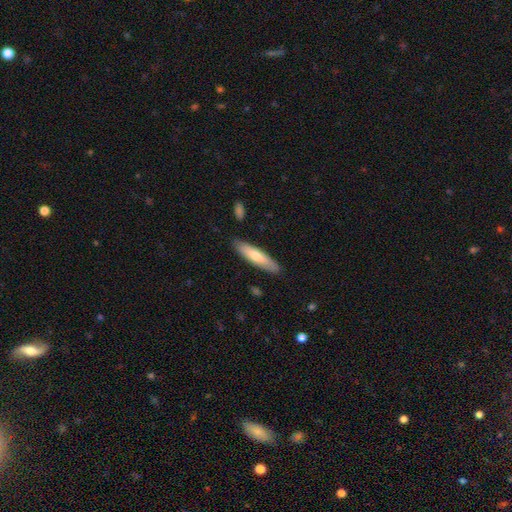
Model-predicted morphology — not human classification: The model was most divided on "smooth or featured": smooth: 68%, featured or disk: 27%, star or artifact: 5%. More confident: merging — none (86%); how rounded — cigar-shaped (74%).